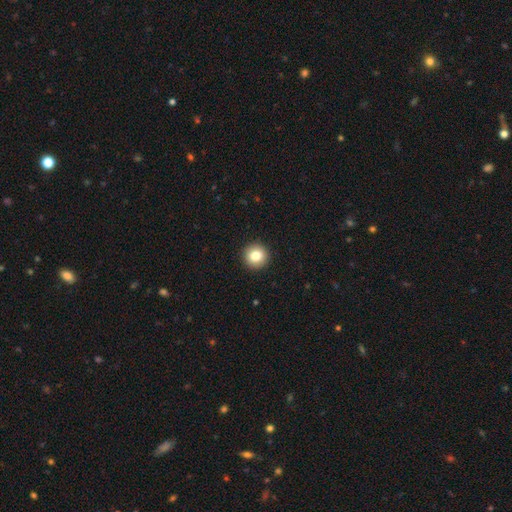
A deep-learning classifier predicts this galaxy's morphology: Smooth or featured?
  - smooth: 82% *
  - star or artifact: 10%
  - featured or disk: 8%
How rounded?
  - round: 96% *
  - in between: 3%
  - cigar-shaped: 1%
Merging?
  - none: 94% *
  - minor disturbance: 4%
  - major disturbance: 1%
  - merger: 1%